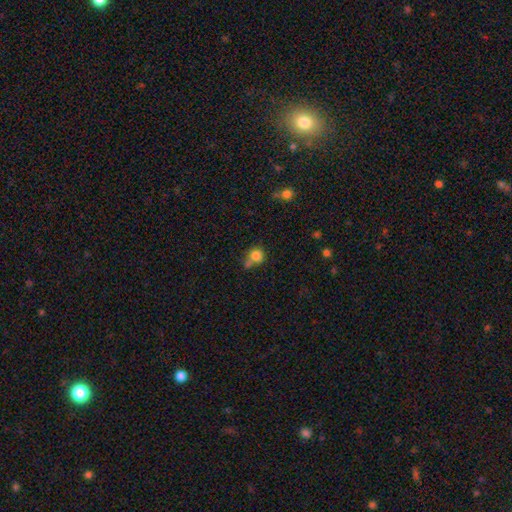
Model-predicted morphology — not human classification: Overall: smooth (81%). How rounded: round (85%). Merging: none (50%; merger 30%).